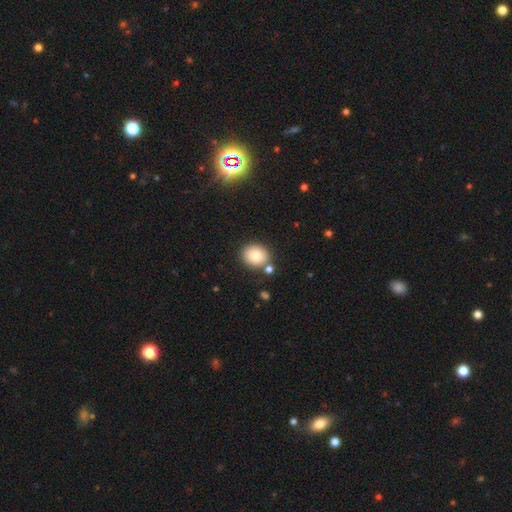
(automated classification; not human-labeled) A smooth galaxy with no disk features (83%) that is round (68%).

Vote fractions:
- Smooth or featured? smooth: 83% / star or artifact: 9% / featured or disk: 7%
- How rounded? round: 68% / in between: 31% / cigar-shaped: 1%
- Merging? none: 79% / minor disturbance: 10% / merger: 9% / major disturbance: 3%